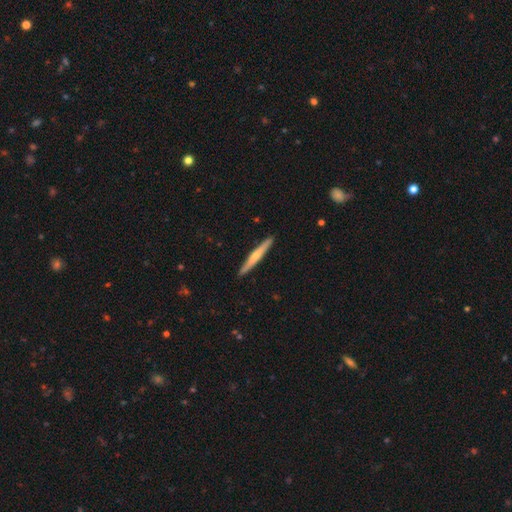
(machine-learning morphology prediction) A featured or disk galaxy (49%). Merging: none (91%).